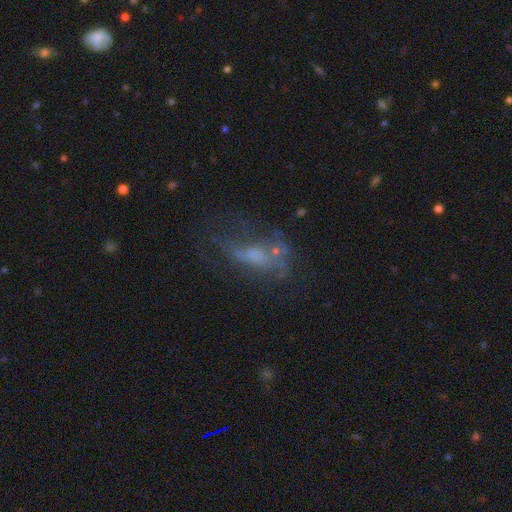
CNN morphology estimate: Smooth or featured? Predicted: featured or disk (p=0.51). Edge-on disk? Predicted: no (p=0.91). Merging? Predicted: none (p=0.38).